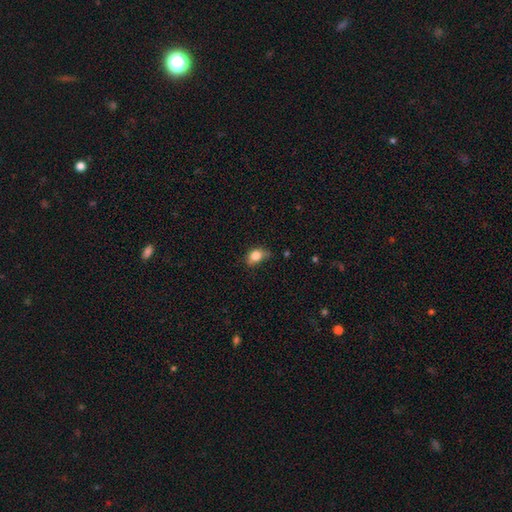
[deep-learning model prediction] A smooth galaxy with no disk features (81%) that is in between round and cigar-shaped (74%).

Vote fractions:
- Smooth or featured? smooth: 81% / featured or disk: 9% / star or artifact: 9%
- How rounded? in between: 74% / round: 24% / cigar-shaped: 2%
- Merging? none: 46% / minor disturbance: 40% / major disturbance: 11% / merger: 3%